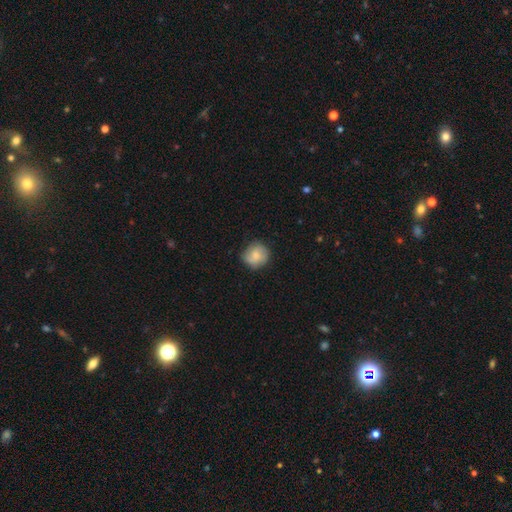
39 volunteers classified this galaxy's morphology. Smooth or featured?
  - smooth: 82% *
  - featured or disk: 15%
  - star or artifact: 3%
How rounded?
  - round: 94% *
  - in between: 6%
  - cigar-shaped: 0%
Merging?
  - none: 74% *
  - minor disturbance: 18%
  - major disturbance: 8%
  - merger: 0%